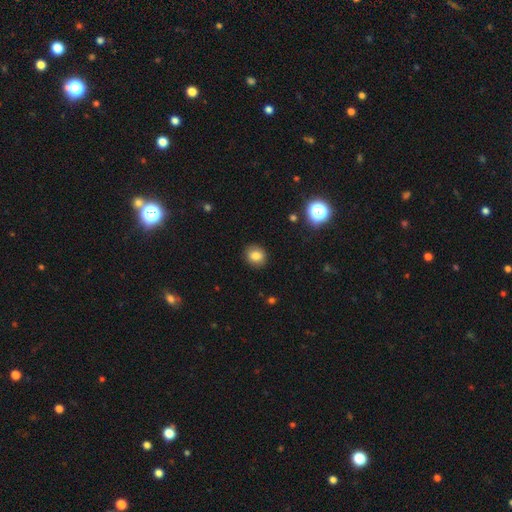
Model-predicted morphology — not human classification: smooth-or-featured: smooth: 82% | star or artifact: 11% | featured or disk: 7%
  how-rounded: round: 73% | in between: 26% | cigar-shaped: 1%
  merging: none: 89% | minor disturbance: 7% | major disturbance: 2% | merger: 1%